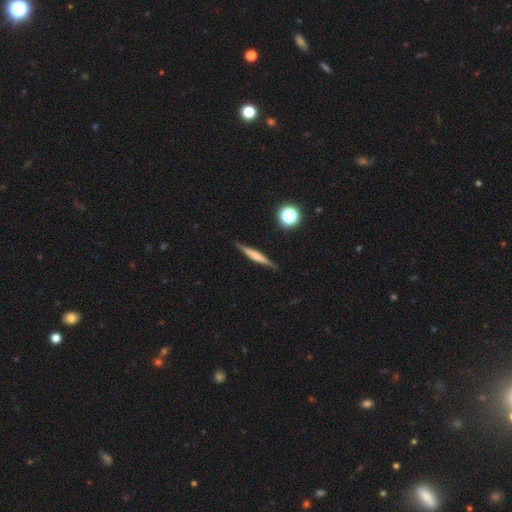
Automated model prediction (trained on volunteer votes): Smooth or featured: featured or disk — 51% (smooth — 41%)
Edge-on disk: yes — 96% (no — 4%)
Merging: none — 87% (minor disturbance — 9%)